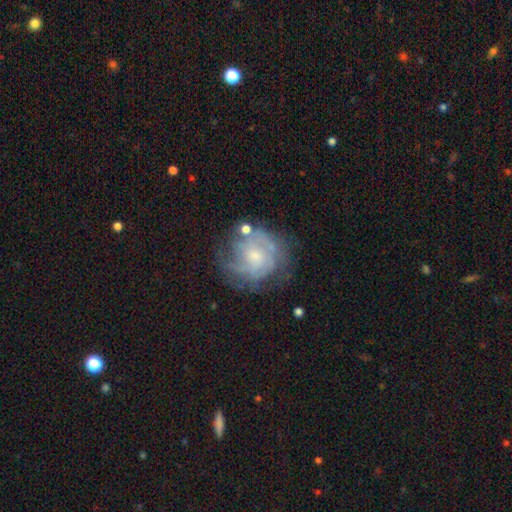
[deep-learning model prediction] This appears to be a featured or disk galaxy (74%) with no bar (67%), tight (50%) spiral arms (84%) and a small central bulge (56%). Merging: none (60%).